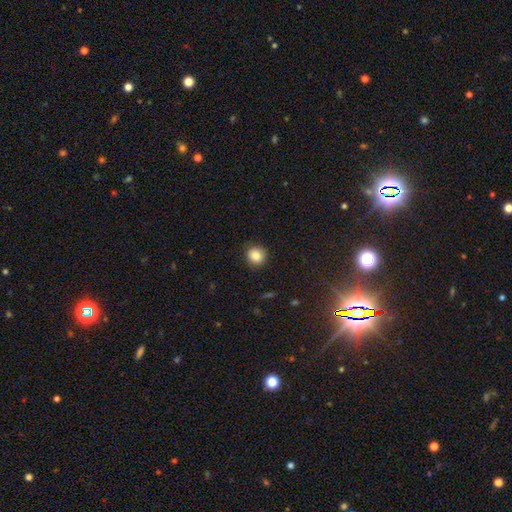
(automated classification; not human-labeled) The model was most divided on "merging": none: 86%, minor disturbance: 10%, major disturbance: 3%, merger: 1%. More confident: how rounded — round (89%); smooth or featured — smooth (86%).